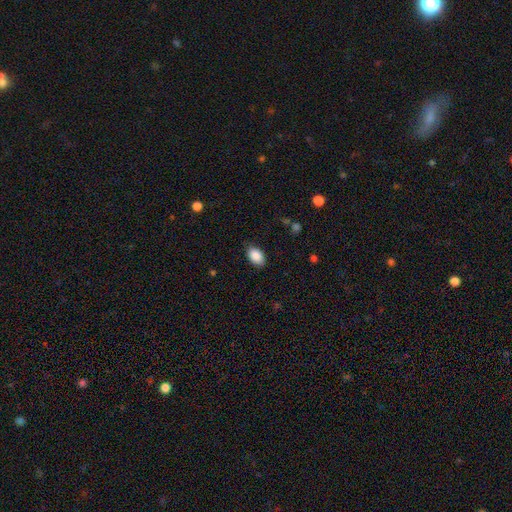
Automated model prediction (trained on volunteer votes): The model was most divided on "merging": none: 85%, minor disturbance: 11%, major disturbance: 3%, merger: 1%. More confident: how rounded — in between (91%); smooth or featured — smooth (89%).